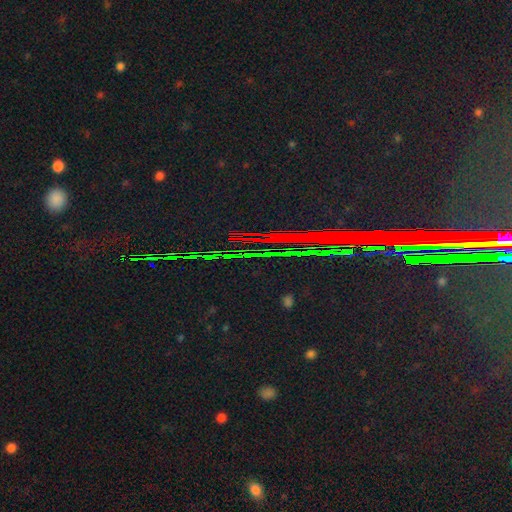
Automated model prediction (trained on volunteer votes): smooth_or_featured: star or artifact (p=0.86) [alt: featured or disk p=0.08]